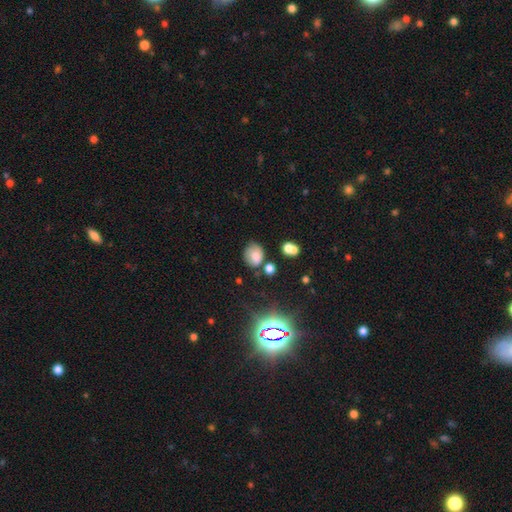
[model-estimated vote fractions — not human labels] Smooth or featured? Predicted: smooth (p=0.70). How rounded? Predicted: round (p=0.59). Merging? Predicted: none (p=0.61).